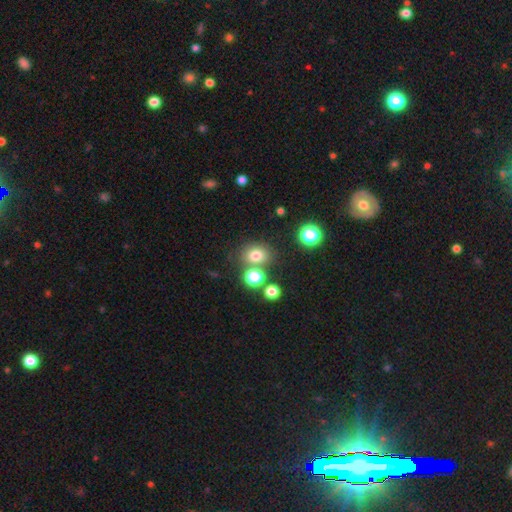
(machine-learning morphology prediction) smooth_or_featured: smooth (p=0.75) [alt: star or artifact p=0.16]
how_rounded: round (p=0.61) [alt: in between p=0.38]
merging: none (p=0.72) [alt: merger p=0.13]